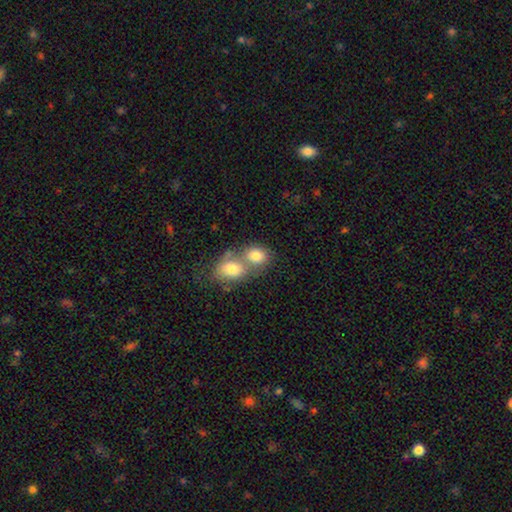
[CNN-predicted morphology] This is likely a smooth galaxy (79%). How rounded: possibly in between (50%). Merging: likely merger (61%).